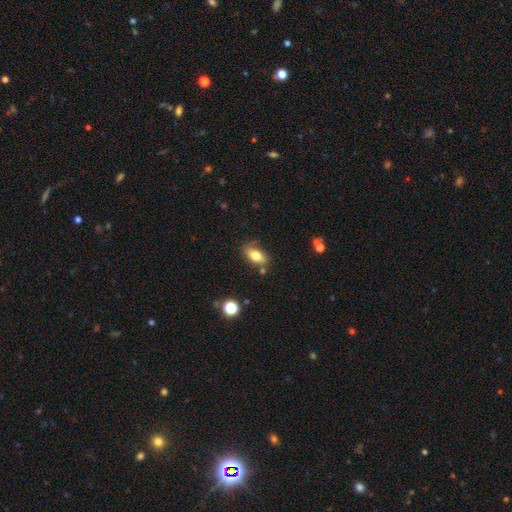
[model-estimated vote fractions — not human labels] The model was most divided on "merging": none: 71%, minor disturbance: 18%, merger: 7%, major disturbance: 4%. More confident: how rounded — in between (87%); smooth or featured — smooth (77%).